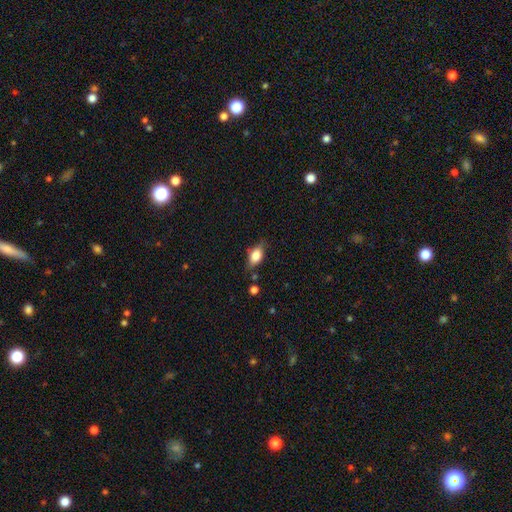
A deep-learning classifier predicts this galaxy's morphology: Overall: smooth (78%). How rounded: in between (84%). Merging: none (71%).